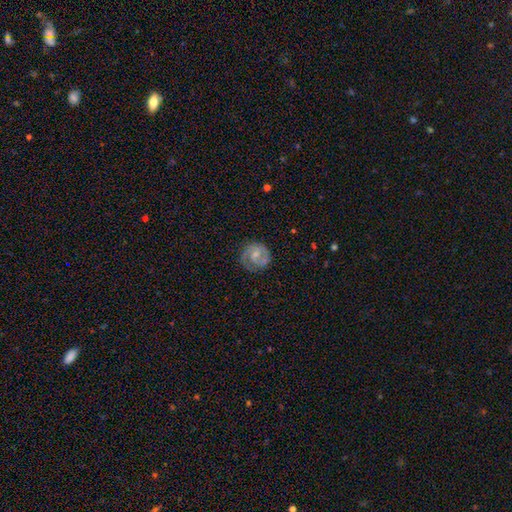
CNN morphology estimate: Smooth or featured?
  - featured or disk: 69% *
  - smooth: 24%
  - star or artifact: 6%
Edge-on disk?
  - no: 98% *
  - yes: 2%
Bar?
  - weak: 46% *
  - no: 44%
  - strong: 11%
Spiral arms?
  - yes: 91% *
  - no: 9%
Spiral winding?
  - tight: 51% *
  - medium: 37%
  - loose: 12%
Spiral arm count?
  - 2: 64% *
  - 1: 21%
  - can't tell: 10%
  - 3: 3%
  - 4: 1%
  - more than 4: 1%
Bulge size?
  - small: 49% *
  - moderate: 38%
  - none: 10%
  - large: 2%
  - dominant: 1%
Merging?
  - none: 72% *
  - minor disturbance: 18%
  - major disturbance: 8%
  - merger: 1%